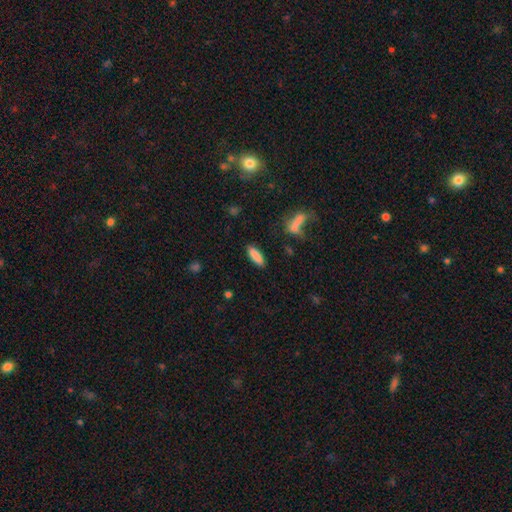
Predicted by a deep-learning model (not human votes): Morphology: type=smooth (87%); roundness=in between (57%); merging=none (87%).